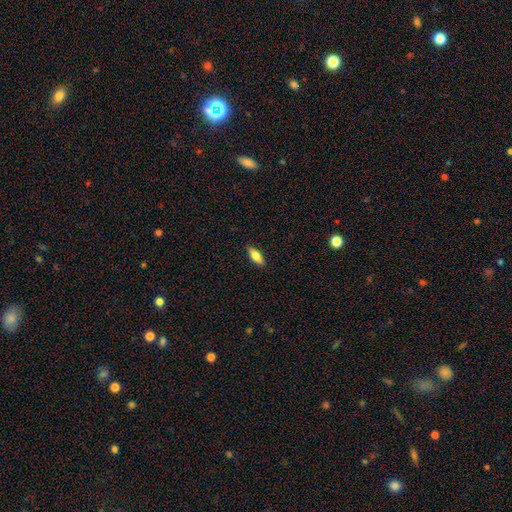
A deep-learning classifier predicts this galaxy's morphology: Smooth or featured? Predicted: smooth (p=0.64). How rounded? Predicted: in between (p=0.62). Merging? Predicted: none (p=0.88).